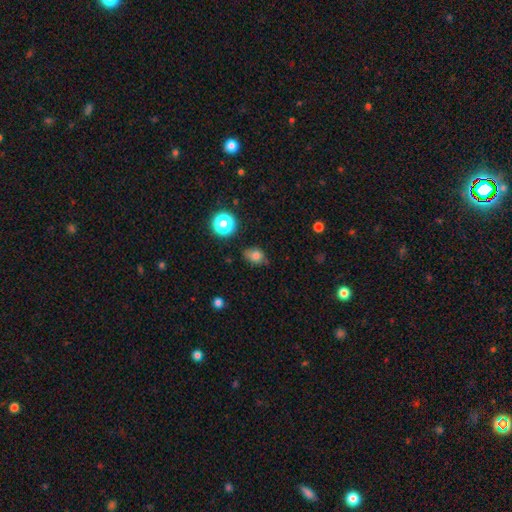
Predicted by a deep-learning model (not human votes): Smooth or featured?
  - smooth: 78% *
  - star or artifact: 14%
  - featured or disk: 7%
How rounded?
  - in between: 62% *
  - round: 37%
  - cigar-shaped: 1%
Merging?
  - none: 69% *
  - minor disturbance: 24%
  - major disturbance: 5%
  - merger: 2%